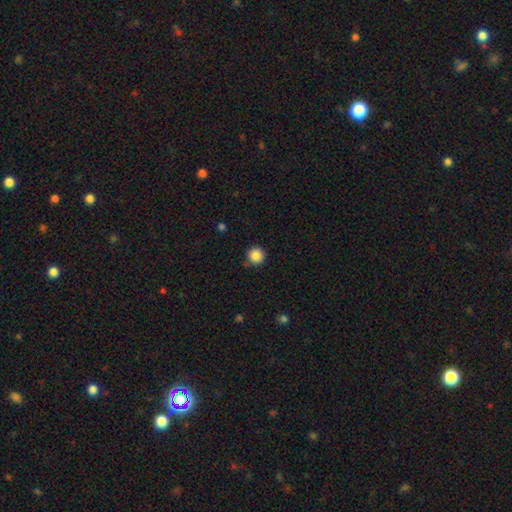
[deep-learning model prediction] This is clearly a smooth galaxy (86%). How rounded: clearly round (95%). Merging: clearly none (88%).